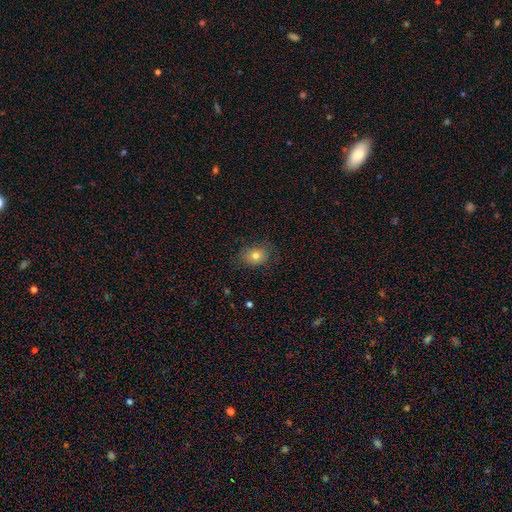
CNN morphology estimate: A smooth galaxy with no disk features (79%) that is in between round and cigar-shaped (58%). Merging: none (79%).